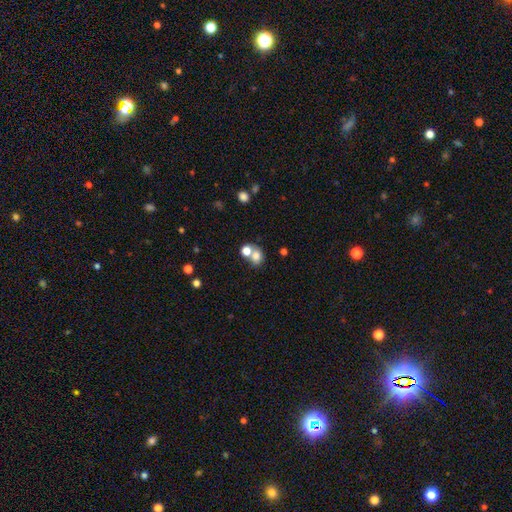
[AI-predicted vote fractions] smooth_or_featured: smooth (p=0.75) [alt: star or artifact p=0.13]
how_rounded: round (p=0.62) [alt: in between p=0.37]
merging: merger (p=0.43) [tied with: none p=0.43]